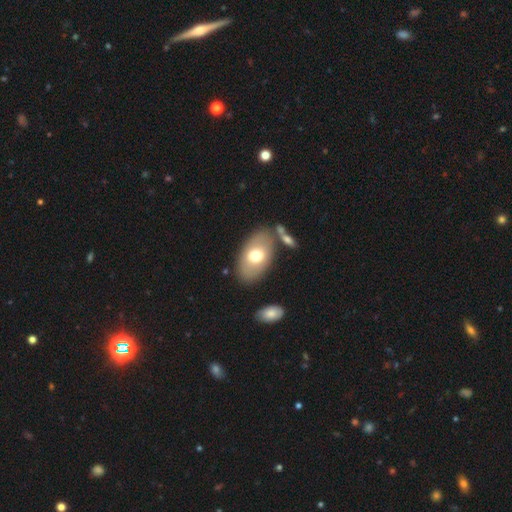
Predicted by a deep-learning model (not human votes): Smooth or featured? Predicted: smooth (p=0.64). How rounded? Predicted: in between (p=0.92). Merging? Predicted: none (p=0.75).